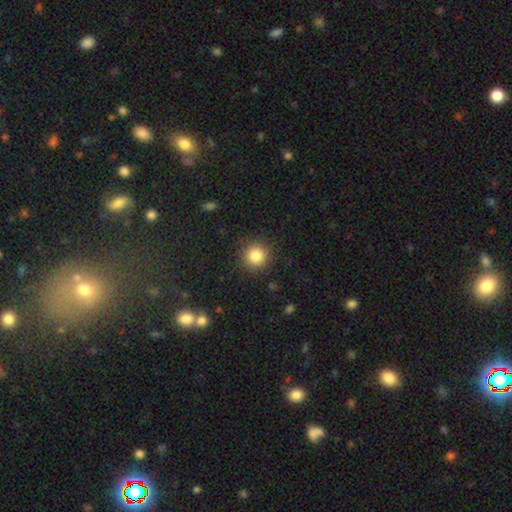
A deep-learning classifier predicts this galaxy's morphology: Smooth or featured? smooth (84%)
How rounded? round (94%)
Merging? none (90%)